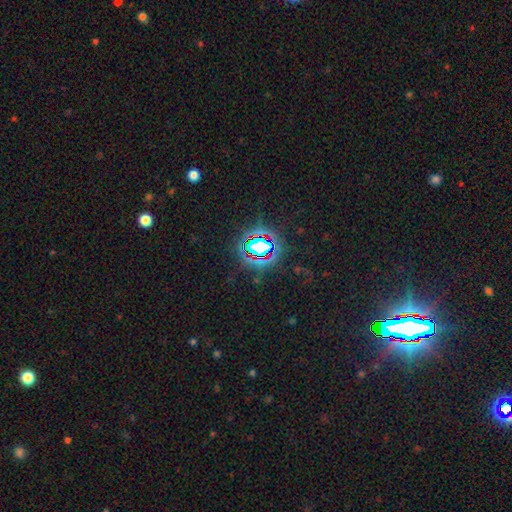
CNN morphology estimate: Smooth or featured?
  - star or artifact: 84% *
  - smooth: 8%
  - featured or disk: 7%